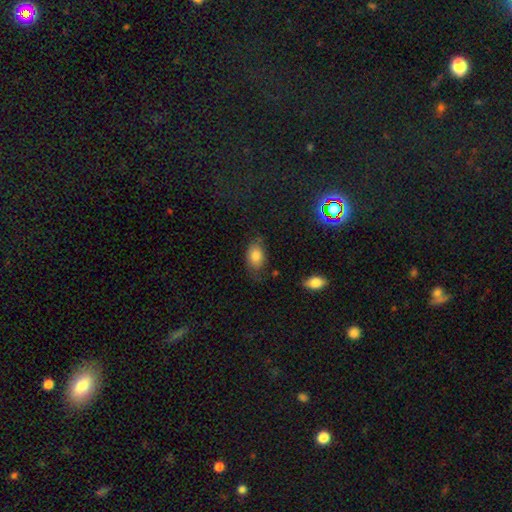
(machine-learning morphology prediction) Q: Smooth or featured?
A: smooth (81%); runner-up: featured or disk (10%)
Q: How rounded?
A: in between (87%); runner-up: round (11%)
Q: Merging?
A: none (61%); runner-up: minor disturbance (28%)